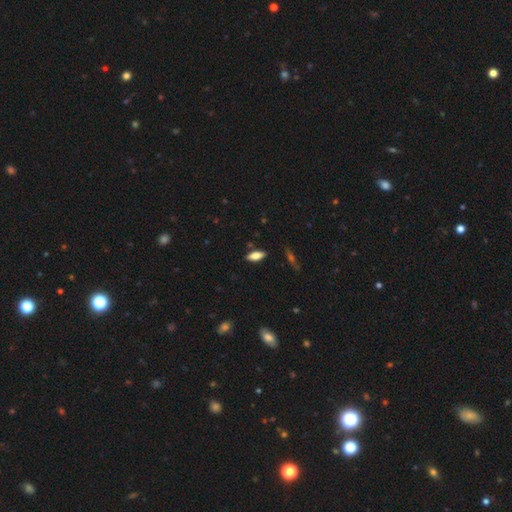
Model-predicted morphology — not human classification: Smooth or featured?
  - smooth: 78% *
  - featured or disk: 14%
  - star or artifact: 7%
How rounded?
  - in between: 77% *
  - cigar-shaped: 21%
  - round: 2%
Merging?
  - none: 86% *
  - minor disturbance: 10%
  - major disturbance: 2%
  - merger: 2%